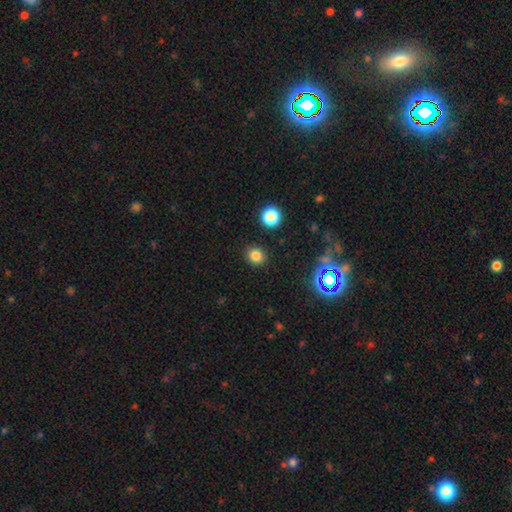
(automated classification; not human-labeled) This appears to be a smooth galaxy with no disk features (81%) that is round (81%). Merging: none (89%).